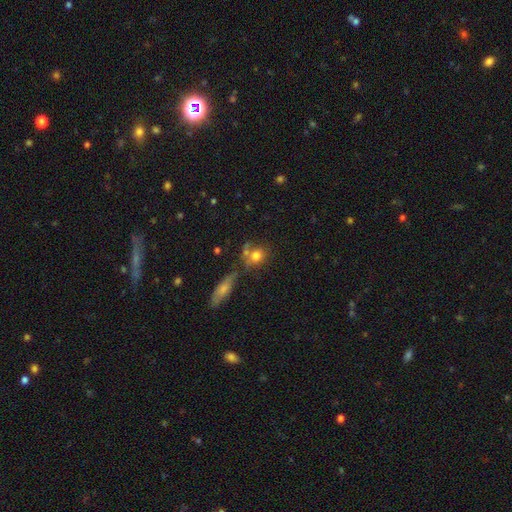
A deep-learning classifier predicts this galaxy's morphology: smooth_or_featured: smooth (p=0.76) [alt: featured or disk p=0.13]
how_rounded: round (p=0.64) [alt: in between p=0.32]
merging: none (p=0.54) [alt: merger p=0.25]